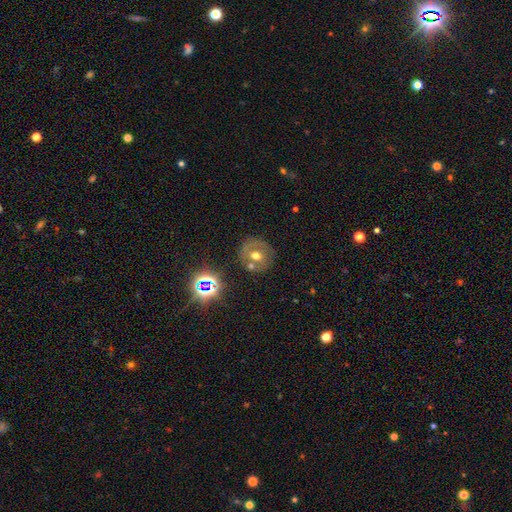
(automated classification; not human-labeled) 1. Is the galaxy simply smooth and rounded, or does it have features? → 42% smooth, 38% featured or disk, 19% star or artifact.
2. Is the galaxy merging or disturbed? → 64% none, 17% merger, 13% minor disturbance, 6% major disturbance.